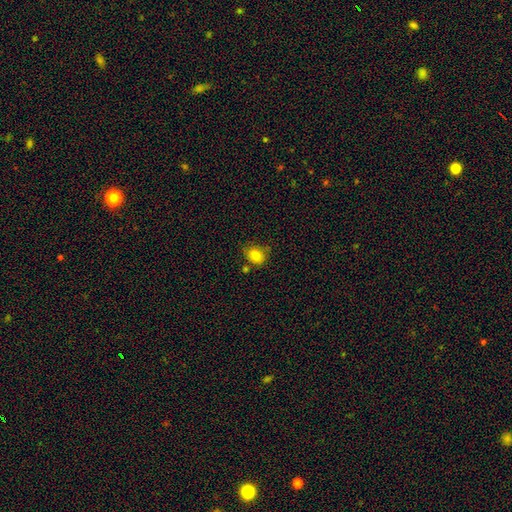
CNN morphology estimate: A smooth galaxy with no disk features (82%) that is round (54%). Merging: none (65%).